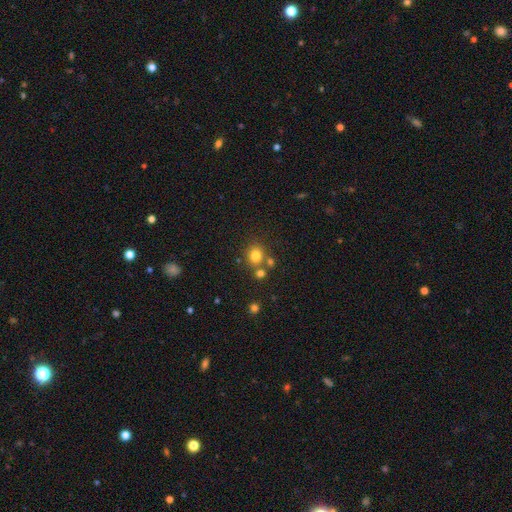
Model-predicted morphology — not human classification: The model was most divided on "merging": none: 67%, merger: 20%, minor disturbance: 10%, major disturbance: 4%. More confident: how rounded — round (78%); smooth or featured — smooth (78%).